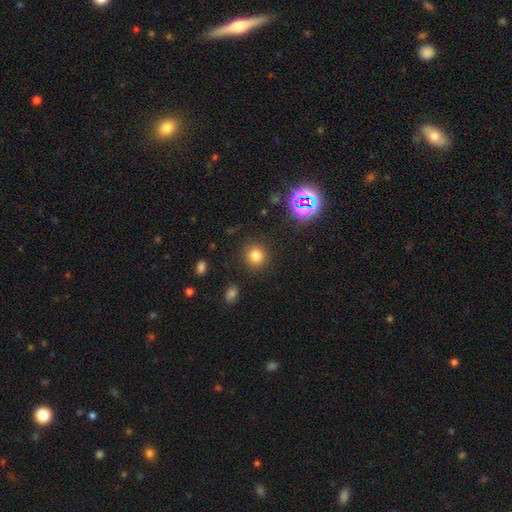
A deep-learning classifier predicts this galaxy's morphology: Smooth or featured: smooth — 77% (star or artifact — 17%)
How rounded: round — 91% (in between — 8%)
Merging: none — 89% (minor disturbance — 7%)